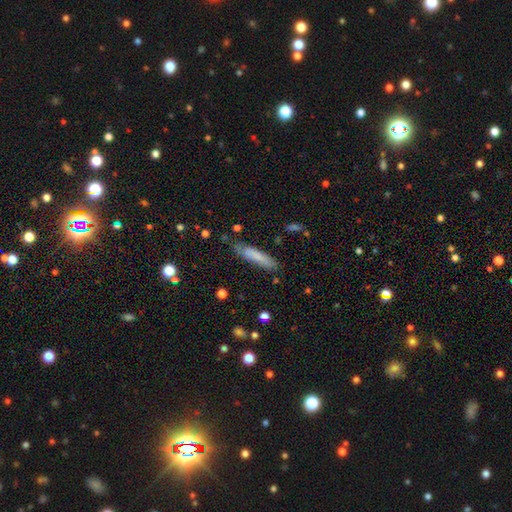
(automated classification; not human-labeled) This is likely a smooth galaxy (71%). How rounded: likely cigar-shaped (79%). Merging: likely none (74%).